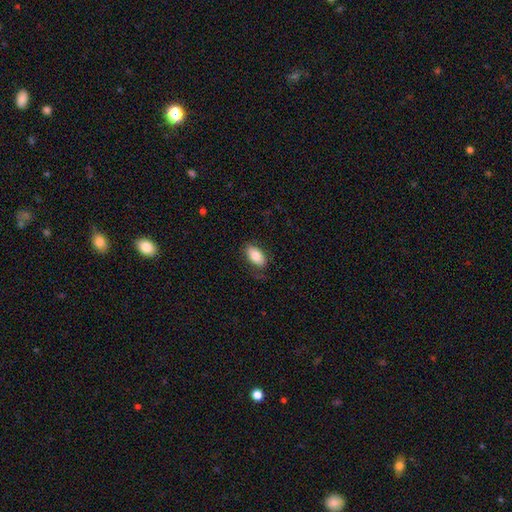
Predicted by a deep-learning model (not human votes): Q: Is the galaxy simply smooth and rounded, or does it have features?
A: smooth — 79%.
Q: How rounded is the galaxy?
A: in between — 93%.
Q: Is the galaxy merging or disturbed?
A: none — 78%.